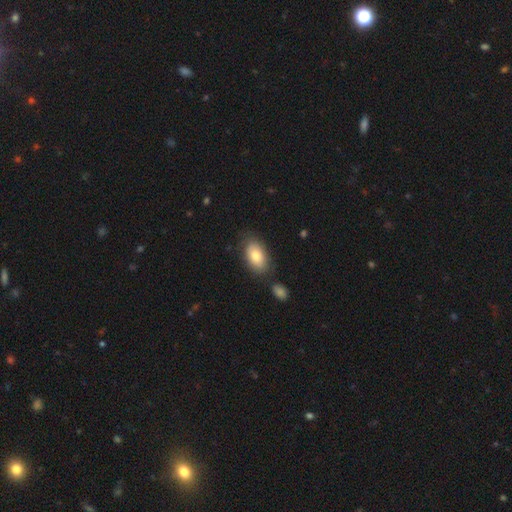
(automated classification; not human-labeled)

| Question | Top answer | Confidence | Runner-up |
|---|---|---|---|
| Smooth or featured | smooth | 80% | featured or disk (14%) |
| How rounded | in between | 93% | round (5%) |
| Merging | none | 74% | minor disturbance (15%) |